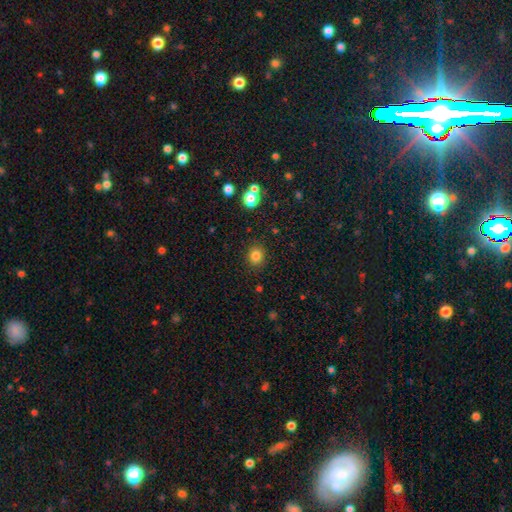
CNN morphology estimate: smooth 83%, star or artifact 12%, featured or disk 5%. Down the decision tree: how rounded — round (74%); merging — none (88%).